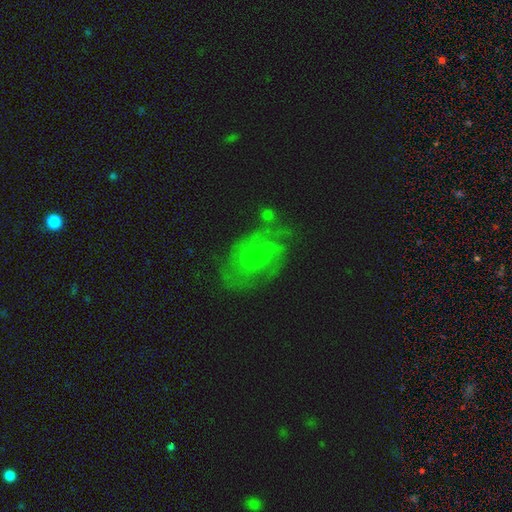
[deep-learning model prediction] Smooth or featured?
  - featured or disk: 62% *
  - smooth: 26%
  - star or artifact: 12%
Edge-on disk?
  - no: 97% *
  - yes: 3%
Bar?
  - no: 65% *
  - weak: 31%
  - strong: 4%
Spiral arms?
  - yes: 81% *
  - no: 19%
Bulge size?
  - small: 62% *
  - moderate: 21%
  - none: 14%
  - large: 2%
  - dominant: 1%
Merging?
  - none: 63% *
  - minor disturbance: 22%
  - major disturbance: 12%
  - merger: 4%